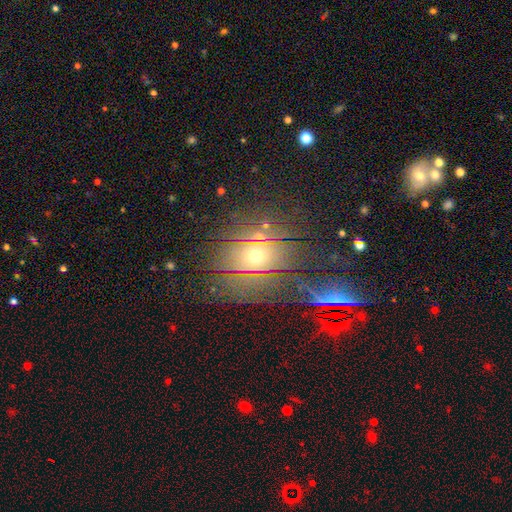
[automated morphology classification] Smooth or featured? Predicted: smooth (p=0.39). Merging? Predicted: none (p=0.72).